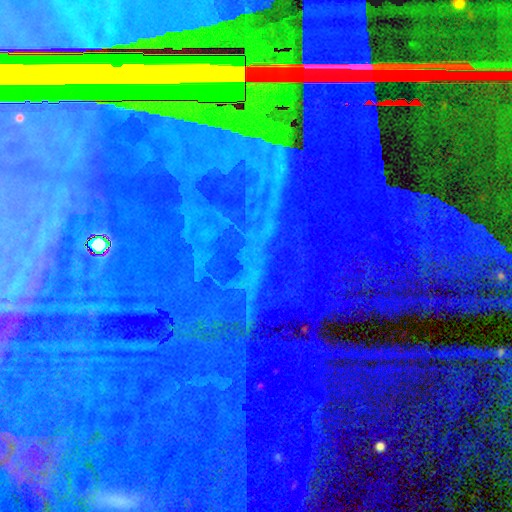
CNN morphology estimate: This is clearly a star or artifact rather than a galaxy (88%).